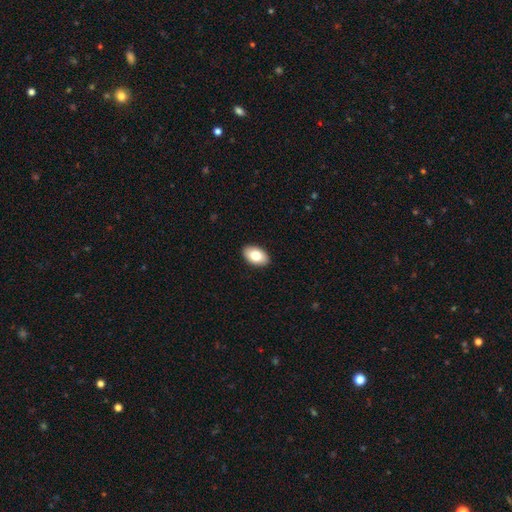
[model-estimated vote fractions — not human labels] smooth_or_featured: smooth (p=0.79) [alt: featured or disk p=0.14]
how_rounded: in between (p=0.92) [alt: round p=0.07]
merging: none (p=0.91) [alt: minor disturbance p=0.07]